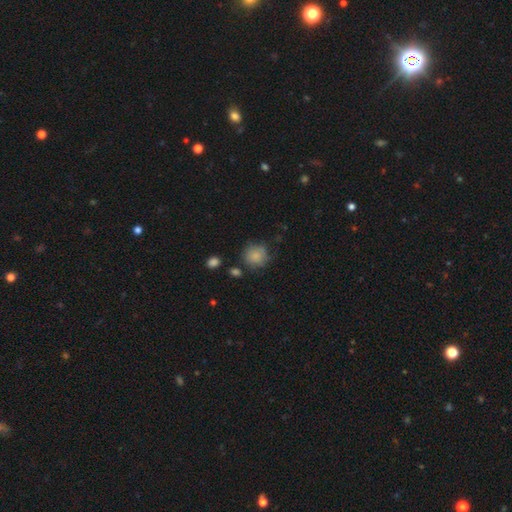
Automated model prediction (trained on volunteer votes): Smooth or featured? smooth (82%)
How rounded? round (86%)
Merging? none (67%)